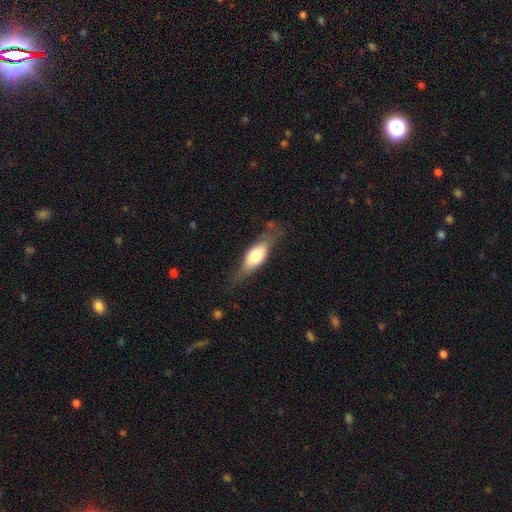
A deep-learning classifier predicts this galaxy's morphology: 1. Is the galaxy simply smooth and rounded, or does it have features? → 59% smooth, 34% featured or disk, 6% star or artifact.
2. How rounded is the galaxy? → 71% in between, 26% cigar-shaped, 4% round.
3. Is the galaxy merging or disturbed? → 64% none, 24% minor disturbance, 10% major disturbance, 2% merger.